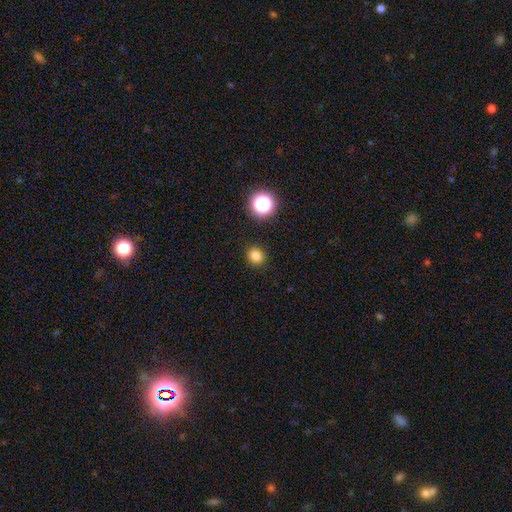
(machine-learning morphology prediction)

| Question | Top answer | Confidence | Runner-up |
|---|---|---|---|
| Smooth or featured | smooth | 80% | star or artifact (15%) |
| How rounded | round | 86% | in between (13%) |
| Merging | none | 90% | minor disturbance (6%) |